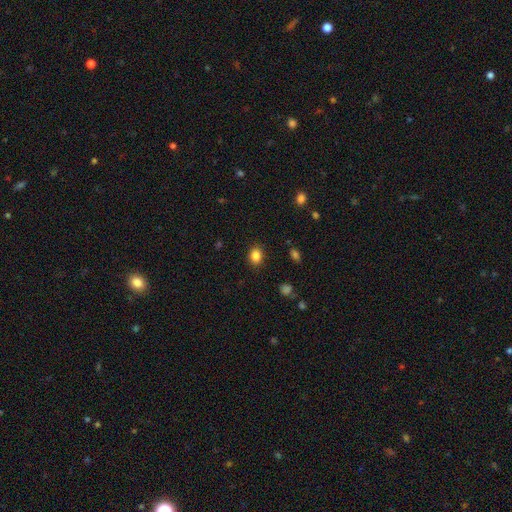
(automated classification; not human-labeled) Q: Smooth or featured?
A: smooth (84%); runner-up: star or artifact (11%)
Q: How rounded?
A: round (54%); runner-up: in between (45%)
Q: Merging?
A: none (87%); runner-up: minor disturbance (9%)